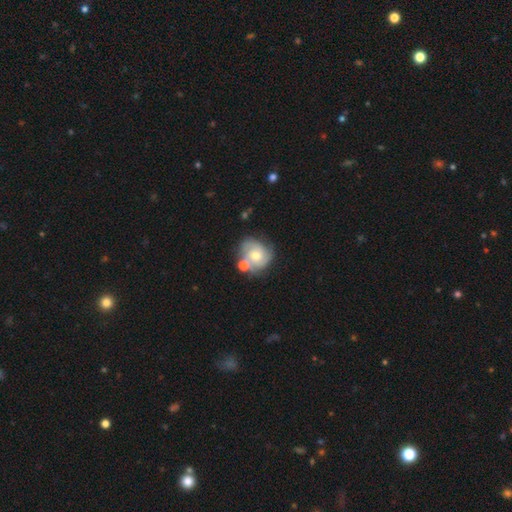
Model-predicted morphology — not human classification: This appears to be a featured or disk galaxy (61%) with no bar (74%), 3 (36%) tight (49%) spiral arms (84%) and a moderate central bulge (61%). Merging: none (50%).